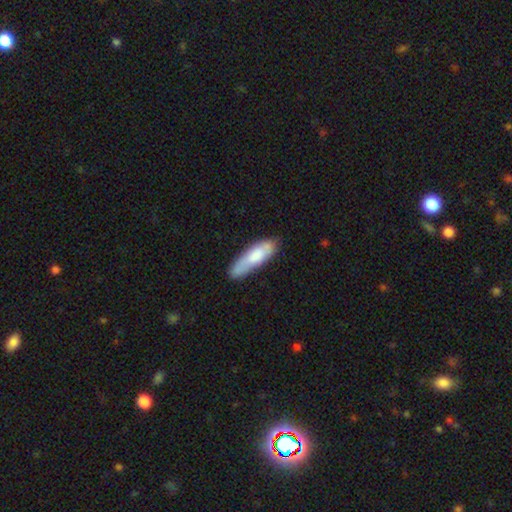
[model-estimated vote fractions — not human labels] Morphology: type=smooth (73%); roundness=cigar-shaped (61%); merging=none (67%).